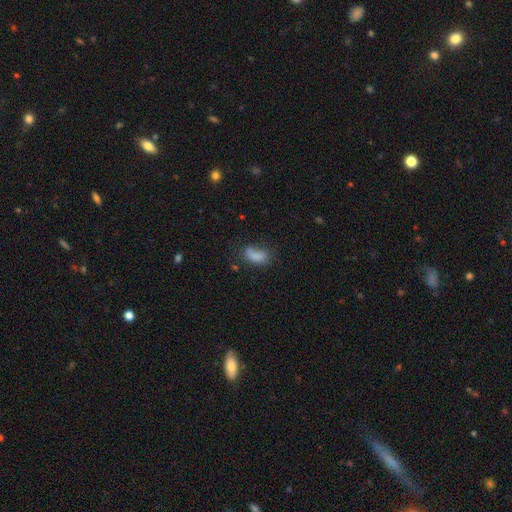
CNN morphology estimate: Smooth or featured? smooth (76%)
How rounded? in between (88%)
Merging? none (42%)